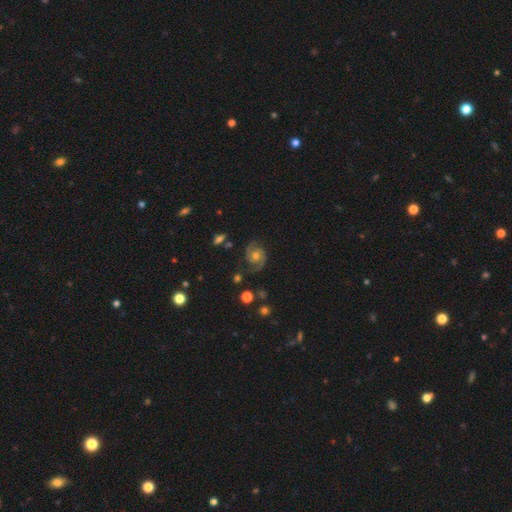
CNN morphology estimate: The model was most divided on "spiral winding": medium: 49%, tight: 42%, loose: 10%. More confident: edge-on disk — no (98%); spiral arms — yes (98%); spiral arm count — 2 (91%); smooth or featured — featured or disk (87%); merging — none (80%); bar — no (70%); bulge size — moderate (64%).